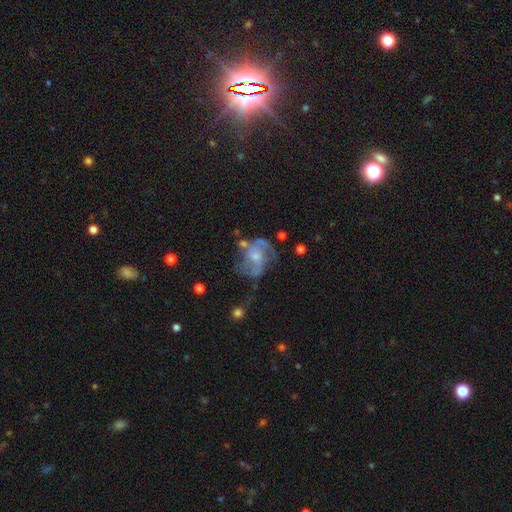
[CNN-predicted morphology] Smooth or featured: featured or disk — 72% (smooth — 19%)
Edge-on disk: no — 98% (yes — 2%)
Bar: no — 60% (weak — 33%)
Spiral arms: yes — 74% (no — 26%)
Spiral winding: medium — 45% (loose — 36%)
Spiral arm count: 2 — 54% (can't tell — 23%)
Bulge size: small — 51% (moderate — 37%)
Merging: none — 40% (major disturbance — 31%)